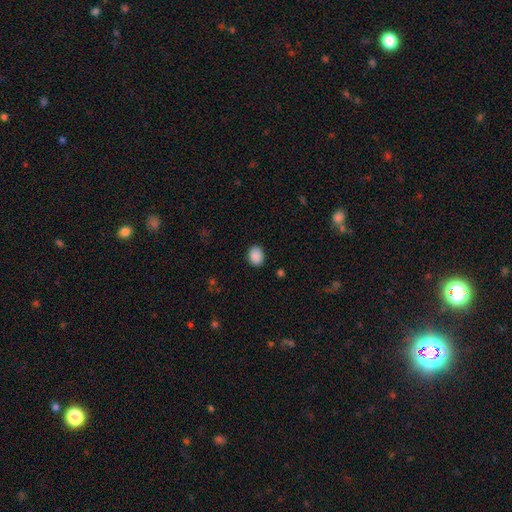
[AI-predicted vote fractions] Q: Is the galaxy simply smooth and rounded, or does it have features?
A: smooth — 90%.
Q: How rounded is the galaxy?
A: in between — 57%.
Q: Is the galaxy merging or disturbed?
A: none — 87%.